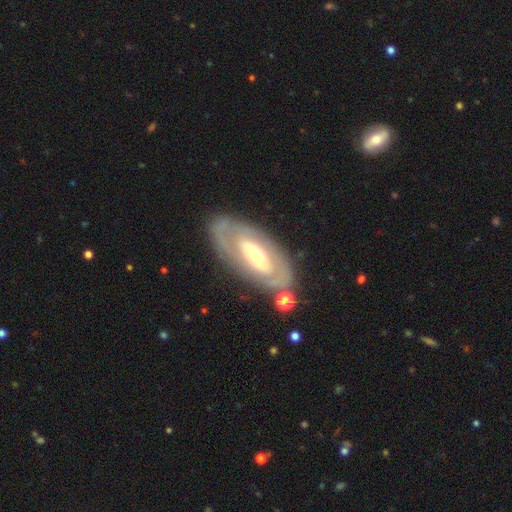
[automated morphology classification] Overall: featured or disk (74%). Edge-on disk: no (90%). Bar: no (63%; weak 24%). Spiral arms: yes (57%; no 43%). Bulge size: moderate (49%; small 44%). Merging: none (77%).